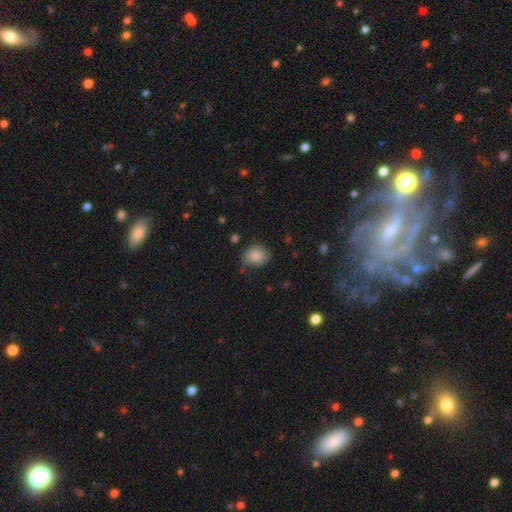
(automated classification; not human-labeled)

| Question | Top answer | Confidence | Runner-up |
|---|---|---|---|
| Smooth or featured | smooth | 87% | star or artifact (8%) |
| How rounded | round | 58% | in between (41%) |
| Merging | none | 68% | minor disturbance (24%) |